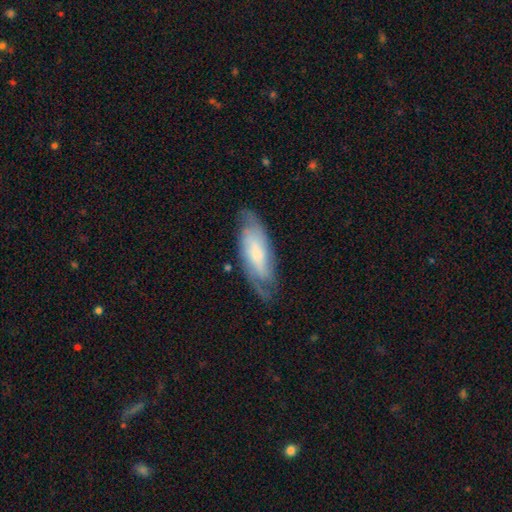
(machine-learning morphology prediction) A featured or disk galaxy (56%).

Vote fractions:
- Smooth or featured? featured or disk: 56% / smooth: 37% / star or artifact: 7%
- Edge-on disk? no: 82% / yes: 18%
- Merging? none: 67% / minor disturbance: 21% / major disturbance: 9% / merger: 2%